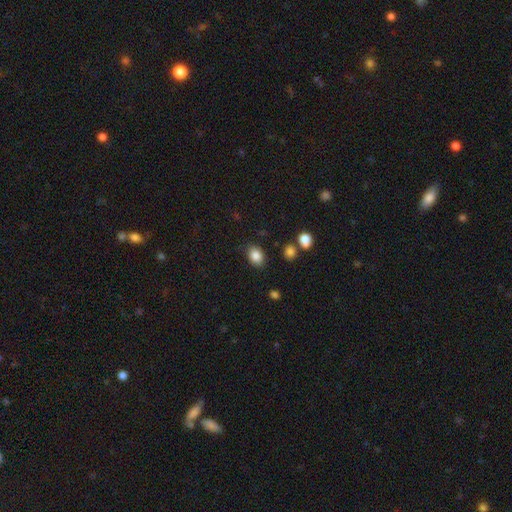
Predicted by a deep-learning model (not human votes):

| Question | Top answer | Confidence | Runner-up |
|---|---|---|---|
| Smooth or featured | smooth | 85% | star or artifact (9%) |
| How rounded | in between | 68% | round (31%) |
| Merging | none | 83% | minor disturbance (11%) |